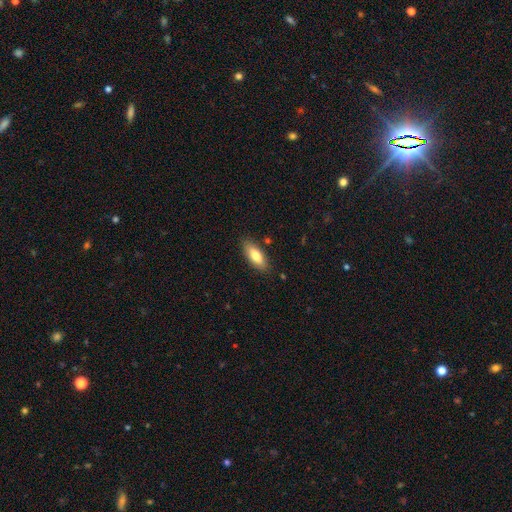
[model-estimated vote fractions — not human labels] Smooth or featured? Predicted: smooth (p=0.76). How rounded? Predicted: in between (p=0.76). Merging? Predicted: none (p=0.85).